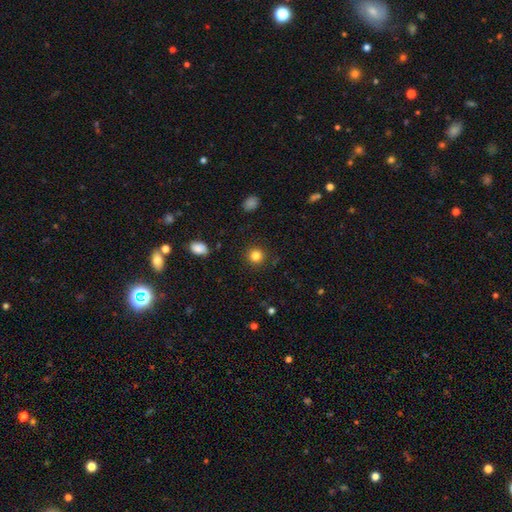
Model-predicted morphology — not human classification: Q: Smooth or featured?
A: smooth (83%); runner-up: star or artifact (11%)
Q: How rounded?
A: round (93%); runner-up: in between (6%)
Q: Merging?
A: none (91%); runner-up: minor disturbance (6%)